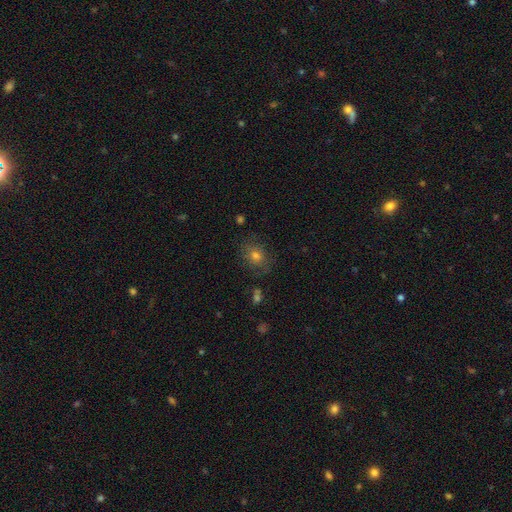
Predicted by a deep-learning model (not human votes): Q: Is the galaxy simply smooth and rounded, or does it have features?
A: smooth — 62%.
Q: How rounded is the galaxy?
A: round — 57%.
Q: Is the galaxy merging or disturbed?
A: none — 76%.